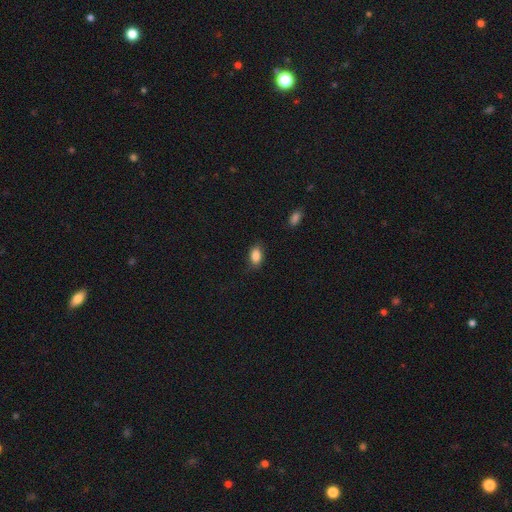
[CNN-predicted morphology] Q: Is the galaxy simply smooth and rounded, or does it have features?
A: smooth — 87%.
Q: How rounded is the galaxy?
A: in between — 88%.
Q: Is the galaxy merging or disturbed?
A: none — 79%.